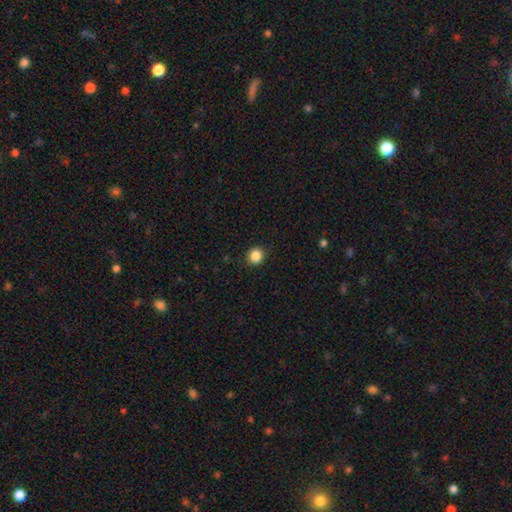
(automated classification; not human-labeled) Smooth or featured?
  - smooth: 87% *
  - star or artifact: 10%
  - featured or disk: 3%
How rounded?
  - round: 86% *
  - in between: 13%
  - cigar-shaped: 1%
Merging?
  - none: 90% *
  - minor disturbance: 7%
  - major disturbance: 2%
  - merger: 1%